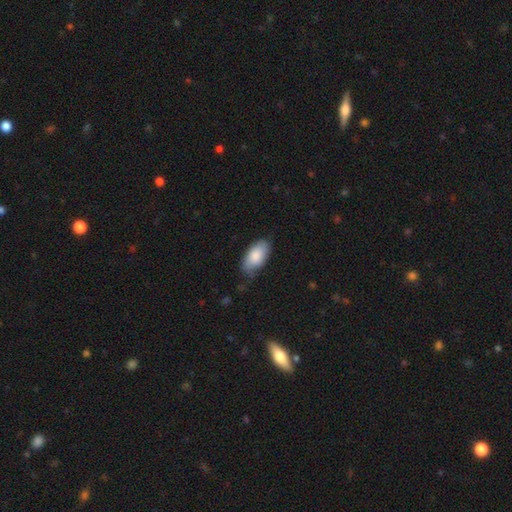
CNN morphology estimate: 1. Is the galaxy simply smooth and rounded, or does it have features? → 84% smooth, 10% featured or disk, 6% star or artifact.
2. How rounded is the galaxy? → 94% in between, 3% cigar-shaped, 3% round.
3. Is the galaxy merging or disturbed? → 68% none, 26% minor disturbance, 4% major disturbance, 1% merger.